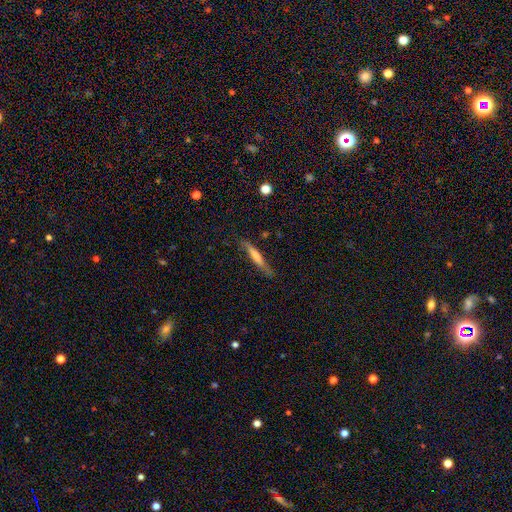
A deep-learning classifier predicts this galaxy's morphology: smooth_or_featured: smooth (p=0.54) [alt: featured or disk p=0.39]
how_rounded: cigar-shaped (p=0.92) [alt: in between p=0.06]
merging: none (p=0.77) [alt: minor disturbance p=0.17]